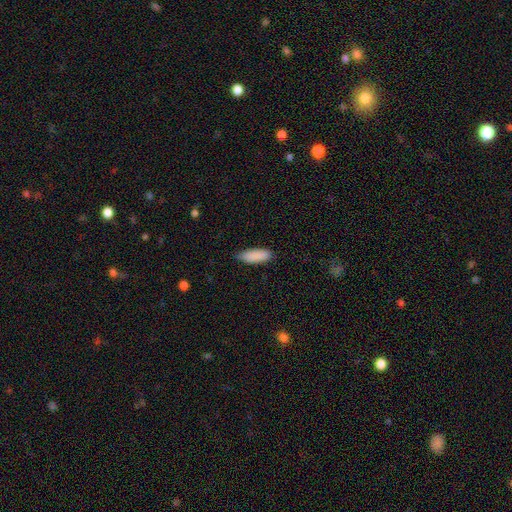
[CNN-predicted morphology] Smooth or featured?
  - smooth: 90% *
  - star or artifact: 6%
  - featured or disk: 4%
How rounded?
  - in between: 59% *
  - cigar-shaped: 40%
  - round: 2%
Merging?
  - none: 83% *
  - minor disturbance: 14%
  - major disturbance: 2%
  - merger: 1%